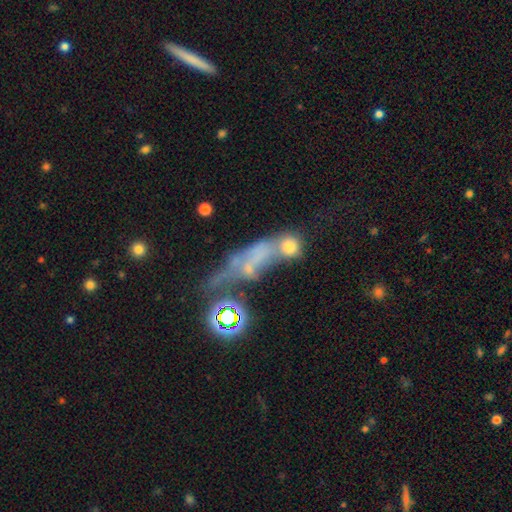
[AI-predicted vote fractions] Smooth or featured? Predicted: smooth (p=0.42). Merging? Predicted: merger (p=0.50).